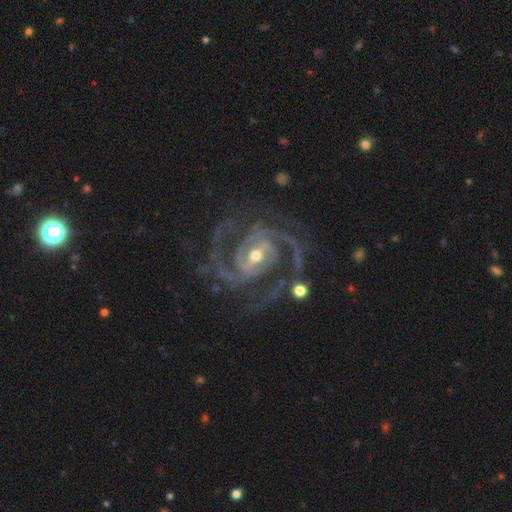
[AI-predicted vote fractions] This is clearly a featured or disk galaxy (94%). It is clearly not viewed edge-on (98%). Bar: marginally weak (42%). Spiral arm pattern: clearly yes (99%). Spiral arm count: marginally 2 (39%). Spiral winding: possibly medium (51%). Central bulge: possibly moderate (59%). Merging: likely none (66%).